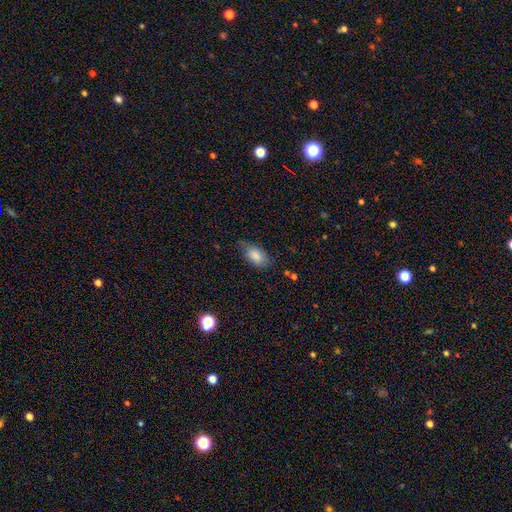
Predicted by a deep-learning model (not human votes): smooth-or-featured: smooth: 84% | featured or disk: 9% | star or artifact: 7%
  how-rounded: in between: 91% | round: 5% | cigar-shaped: 4%
  merging: none: 62% | minor disturbance: 29% | major disturbance: 7% | merger: 2%